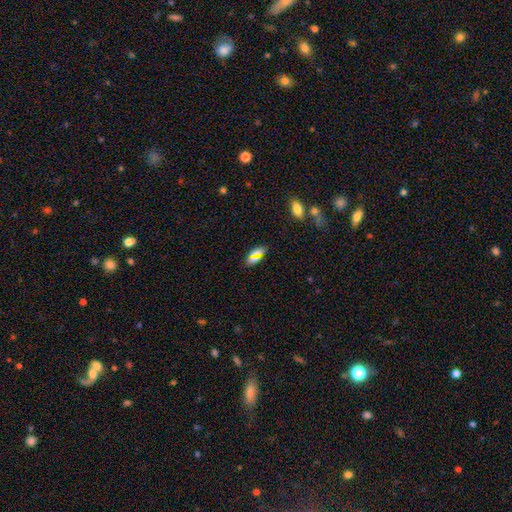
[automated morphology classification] type=smooth (65%); roundness=in between (75%); merging=none (79%).